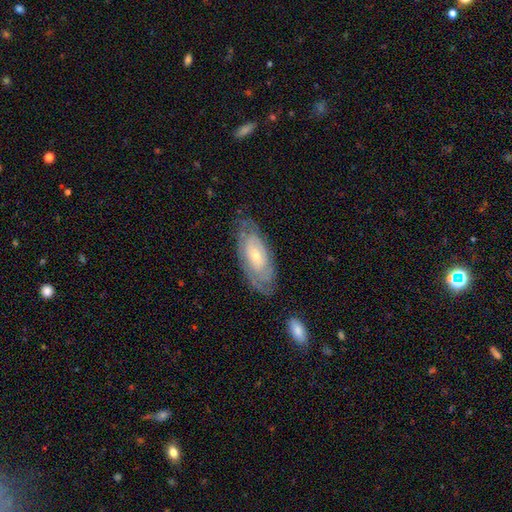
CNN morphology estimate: The model was most divided on "bulge size": small: 64%, moderate: 31%, large: 2%, none: 1%, dominant: 1%. More confident: edge-on disk — no (89%); spiral arms — yes (78%); bar — no (74%); merging — none (69%); smooth or featured — featured or disk (67%).